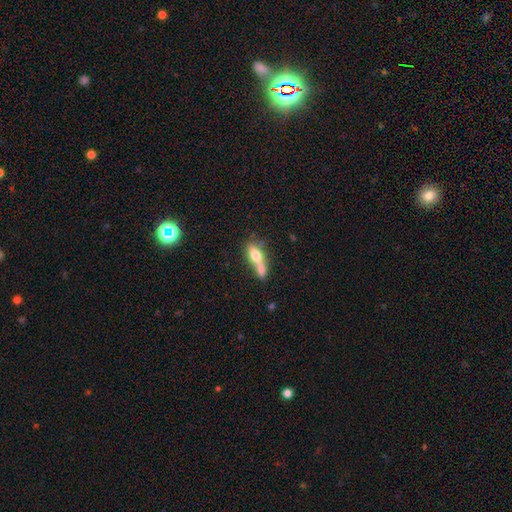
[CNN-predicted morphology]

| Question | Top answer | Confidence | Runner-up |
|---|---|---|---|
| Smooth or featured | smooth | 64% | featured or disk (28%) |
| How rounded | in between | 59% | cigar-shaped (35%) |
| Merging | merger | 51% | none (28%) |